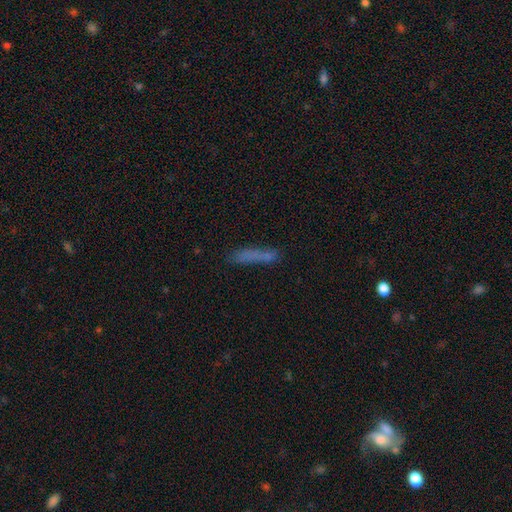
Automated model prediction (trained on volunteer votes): A smooth galaxy with no disk features (68%) that is cigar-shaped (91%).

Vote fractions:
- Smooth or featured? smooth: 68% / featured or disk: 19% / star or artifact: 13%
- How rounded? cigar-shaped: 91% / in between: 8% / round: 2%
- Merging? none: 71% / minor disturbance: 17% / major disturbance: 6% / merger: 6%